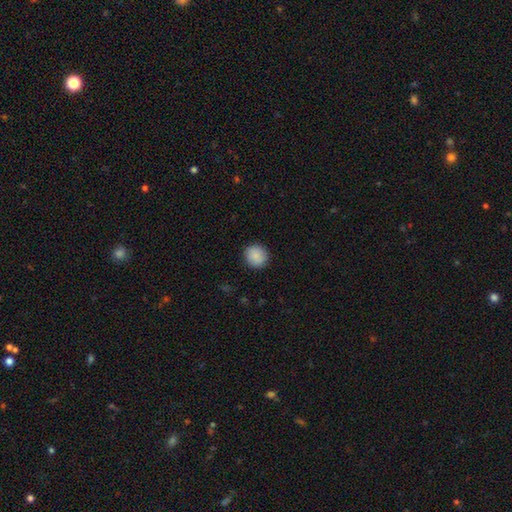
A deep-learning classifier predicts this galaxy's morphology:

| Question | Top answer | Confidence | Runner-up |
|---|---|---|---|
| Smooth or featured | smooth | 89% | star or artifact (7%) |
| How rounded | round | 90% | in between (9%) |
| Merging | none | 91% | minor disturbance (6%) |